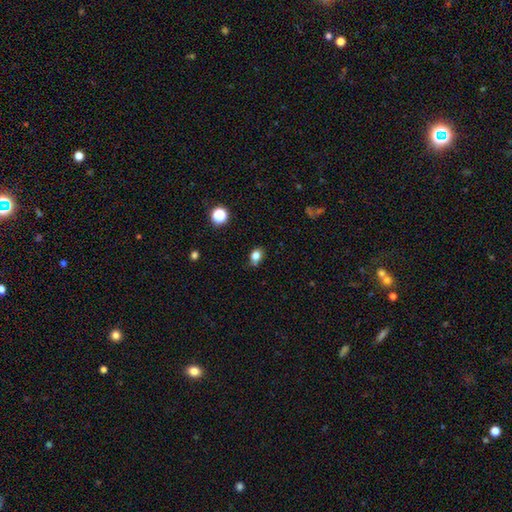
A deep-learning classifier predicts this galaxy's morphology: Q: Smooth or featured?
A: smooth (80%); runner-up: star or artifact (13%)
Q: How rounded?
A: in between (57%); runner-up: round (42%)
Q: Merging?
A: none (76%); runner-up: minor disturbance (18%)